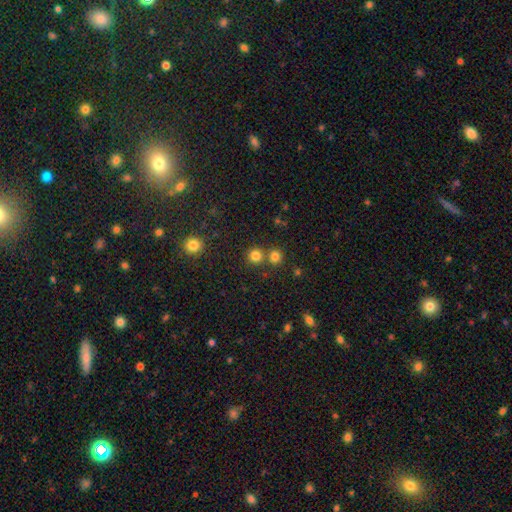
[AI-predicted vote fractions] A smooth galaxy with no disk features (80%) that is round (92%).

Vote fractions:
- Smooth or featured? smooth: 80% / star or artifact: 15% / featured or disk: 5%
- How rounded? round: 92% / in between: 7% / cigar-shaped: 1%
- Merging? none: 72% / merger: 19% / minor disturbance: 6% / major disturbance: 2%